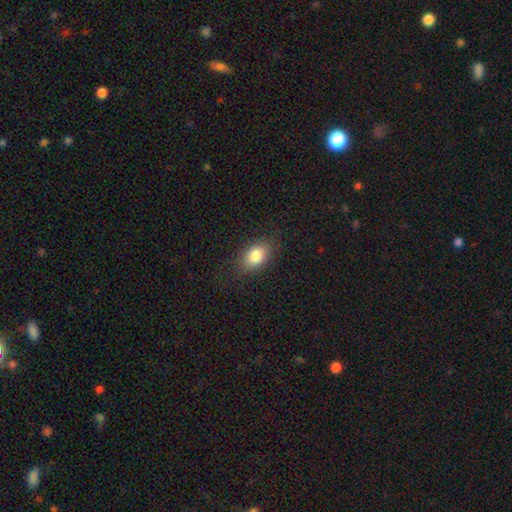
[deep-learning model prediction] Morphology: type=smooth (82%); roundness=in between (82%); merging=none (83%).